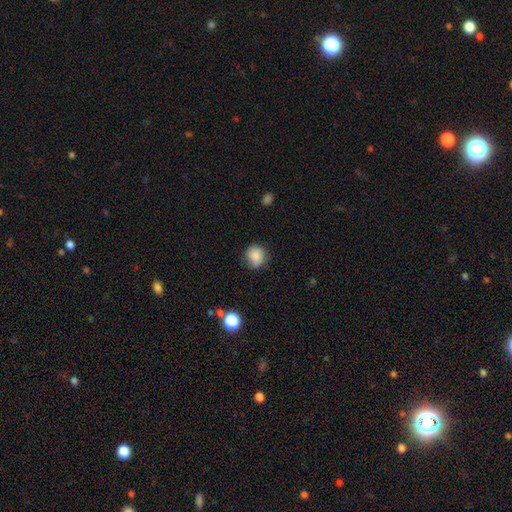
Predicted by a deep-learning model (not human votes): Q: Smooth or featured?
A: smooth (84%); runner-up: star or artifact (9%)
Q: How rounded?
A: round (87%); runner-up: in between (12%)
Q: Merging?
A: none (74%); runner-up: minor disturbance (20%)